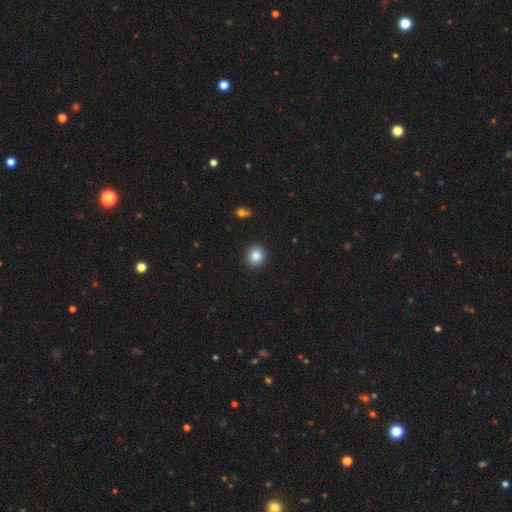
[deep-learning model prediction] This is clearly a smooth galaxy (85%). How rounded: clearly round (87%). Merging: clearly none (91%).